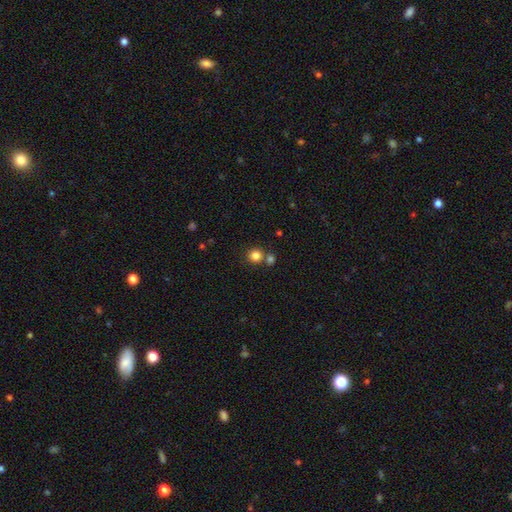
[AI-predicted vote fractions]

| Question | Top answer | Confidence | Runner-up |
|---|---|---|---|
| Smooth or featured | smooth | 83% | star or artifact (12%) |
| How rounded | round | 90% | in between (9%) |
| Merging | none | 69% | merger (21%) |